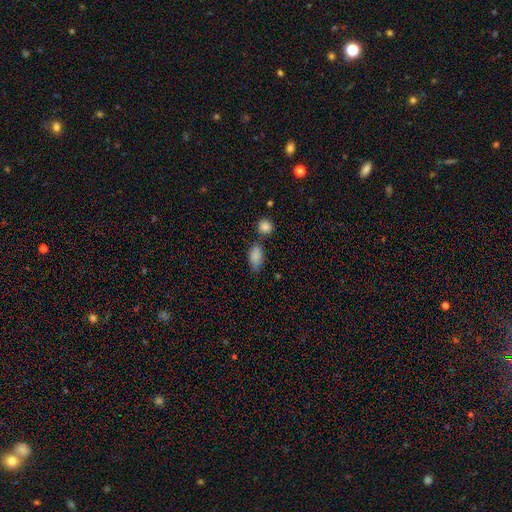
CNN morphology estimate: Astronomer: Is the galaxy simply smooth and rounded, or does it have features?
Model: smooth — 83%.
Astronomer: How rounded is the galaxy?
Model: in between — 87%.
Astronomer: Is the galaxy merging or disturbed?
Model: none — 57%.